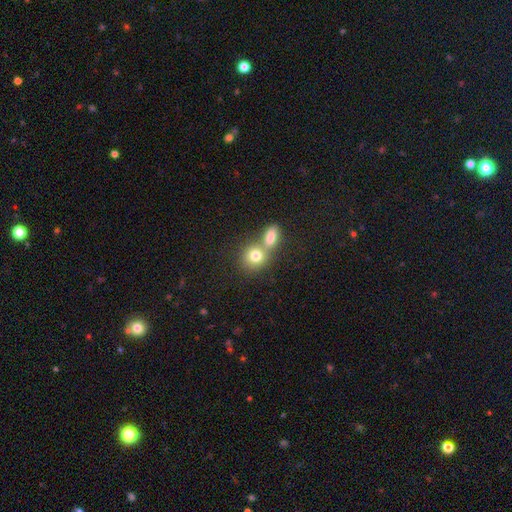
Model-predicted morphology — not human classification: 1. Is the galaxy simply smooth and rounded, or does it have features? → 78% smooth, 12% featured or disk, 10% star or artifact.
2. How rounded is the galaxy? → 71% round, 27% in between, 1% cigar-shaped.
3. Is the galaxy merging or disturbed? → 53% merger, 38% none, 7% minor disturbance, 3% major disturbance.